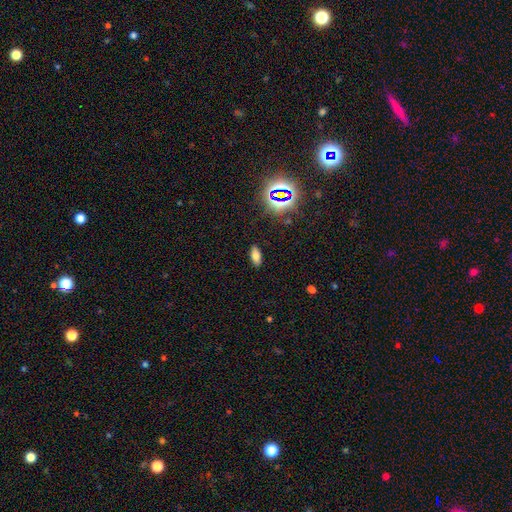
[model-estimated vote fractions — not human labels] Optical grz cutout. It shows a smooth galaxy with no disk features (69%) that is in between round and cigar-shaped (86%). Merging: none (88%).